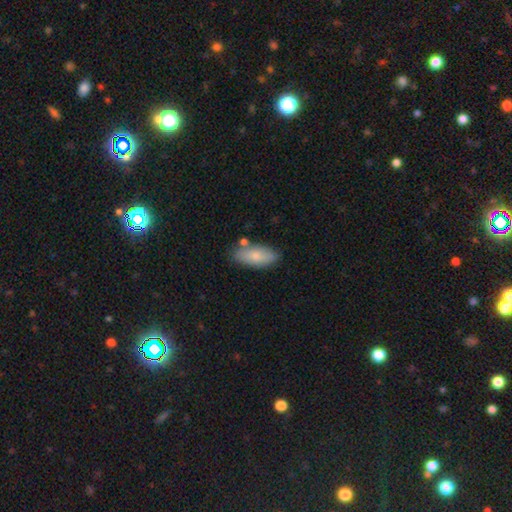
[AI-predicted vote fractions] This is likely a smooth galaxy (78%). How rounded: clearly in between (84%). Merging: likely none (74%).